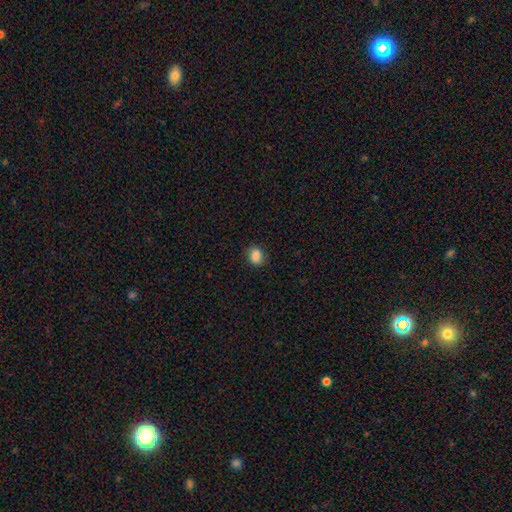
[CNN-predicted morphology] Smooth or featured: smooth — 86% (star or artifact — 9%)
How rounded: in between — 50% (round — 49%)
Merging: none — 84% (minor disturbance — 12%)